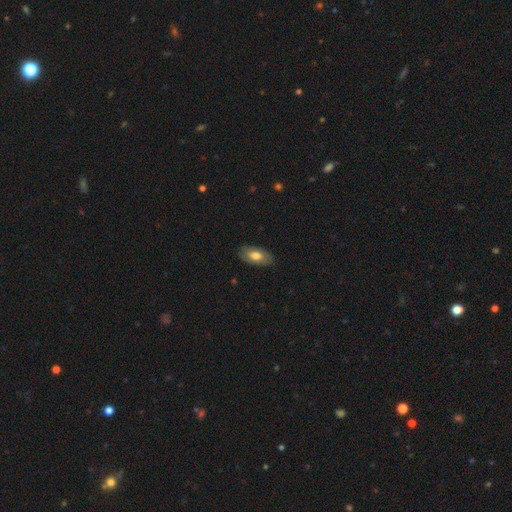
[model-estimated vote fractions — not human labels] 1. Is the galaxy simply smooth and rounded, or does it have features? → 67% smooth, 27% featured or disk, 6% star or artifact.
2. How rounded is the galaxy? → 93% in between, 4% cigar-shaped, 3% round.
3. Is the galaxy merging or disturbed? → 84% none, 12% minor disturbance, 3% major disturbance, 1% merger.